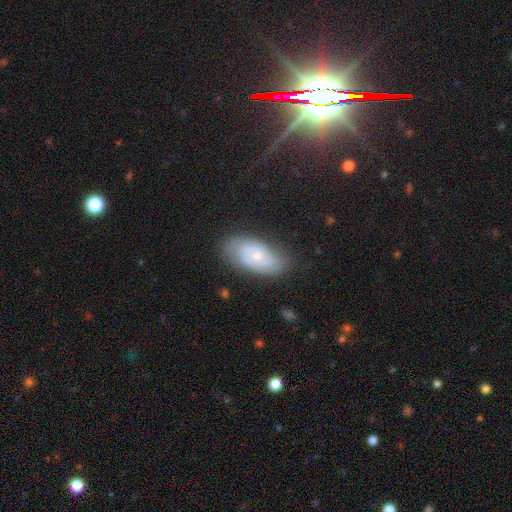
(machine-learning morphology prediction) type=featured or disk (70%); edge-on=no (95%); bar=no (62%); spiral arms=yes (90%); winding=tight (53%); arm count=2 (67%); bulge=small (62%); merging=none (78%).